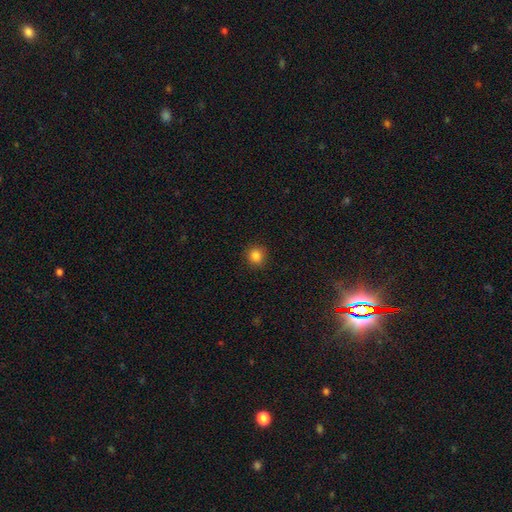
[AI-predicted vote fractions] This appears to be a smooth galaxy with no disk features (85%) that is round (88%). Merging: none (90%).